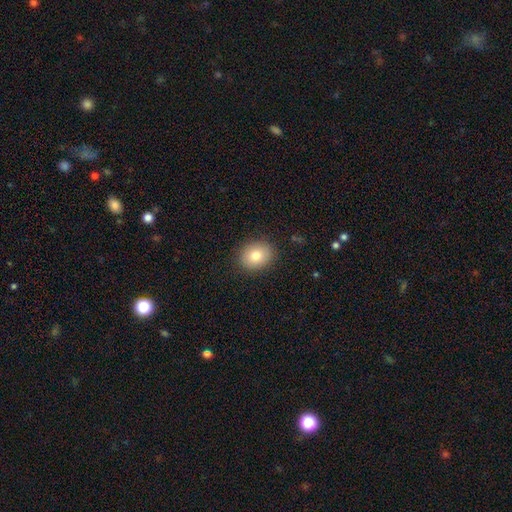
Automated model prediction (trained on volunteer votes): Smooth or featured? smooth (80%)
How rounded? round (57%)
Merging? none (88%)